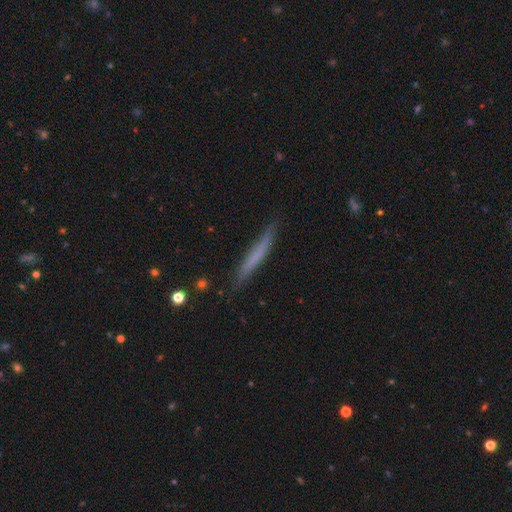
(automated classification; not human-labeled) A smooth galaxy with no disk features (60%) that is cigar-shaped (96%). Merging: none (85%).